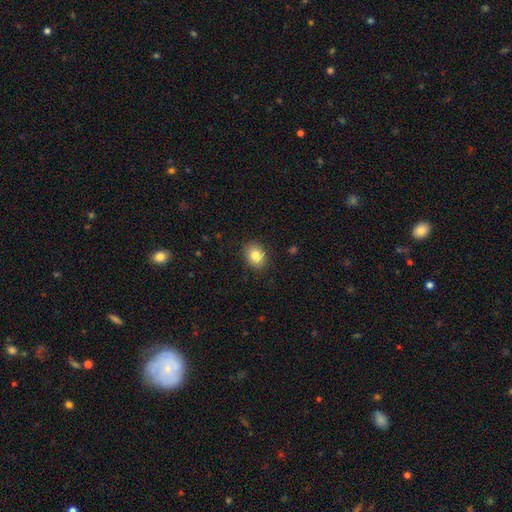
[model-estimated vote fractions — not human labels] Smooth or featured? smooth (83%)
How rounded? round (53%)
Merging? none (87%)